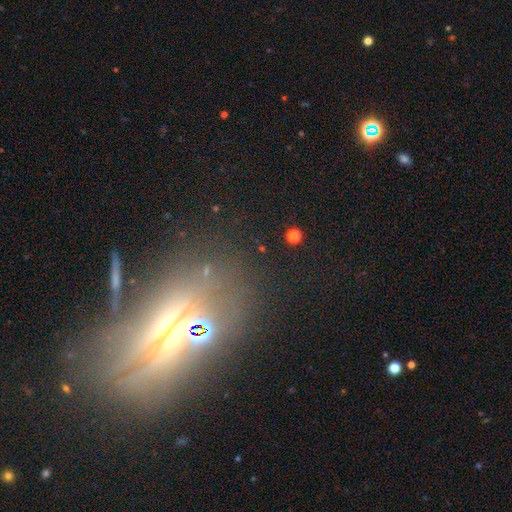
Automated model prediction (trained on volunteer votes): Smooth or featured?
  - featured or disk: 49% *
  - star or artifact: 29%
  - smooth: 22%
Merging?
  - none: 56% *
  - minor disturbance: 17%
  - major disturbance: 16%
  - merger: 11%